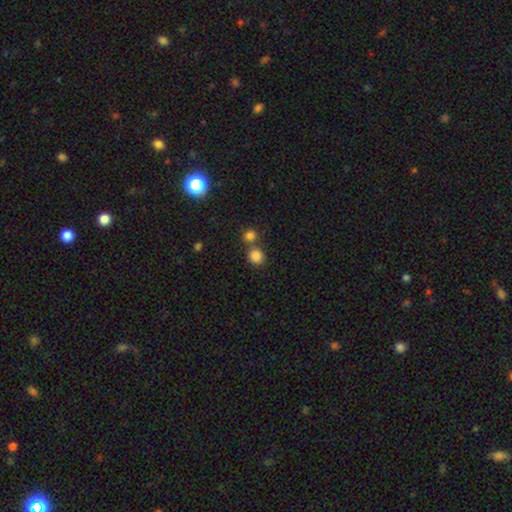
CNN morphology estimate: A smooth galaxy with no disk features (84%) that is round (82%).

Vote fractions:
- Smooth or featured? smooth: 84% / star or artifact: 11% / featured or disk: 4%
- How rounded? round: 82% / in between: 17% / cigar-shaped: 1%
- Merging? none: 62% / merger: 28% / minor disturbance: 8% / major disturbance: 3%